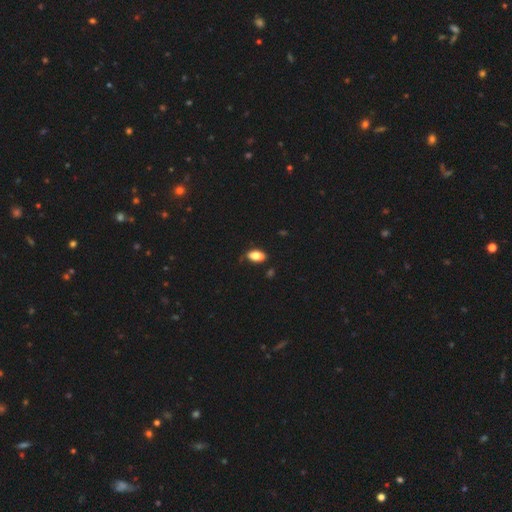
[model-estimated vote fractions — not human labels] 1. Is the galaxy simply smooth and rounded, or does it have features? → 84% smooth, 9% featured or disk, 8% star or artifact.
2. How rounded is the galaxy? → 92% in between, 4% cigar-shaped, 4% round.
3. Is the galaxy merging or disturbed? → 77% none, 19% minor disturbance, 3% major disturbance, 2% merger.